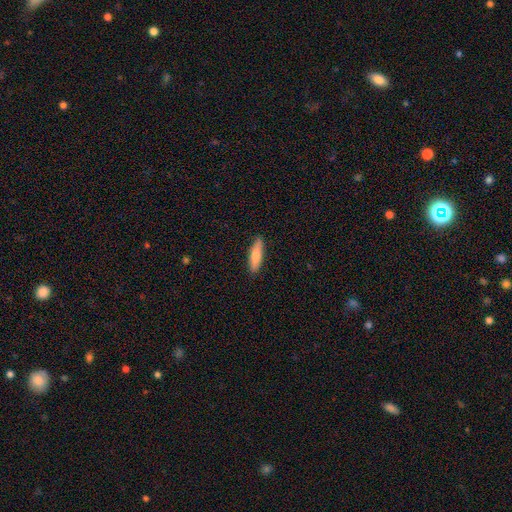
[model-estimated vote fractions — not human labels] Smooth or featured? Predicted: smooth (p=0.78). How rounded? Predicted: cigar-shaped (p=0.71). Merging? Predicted: none (p=0.89).